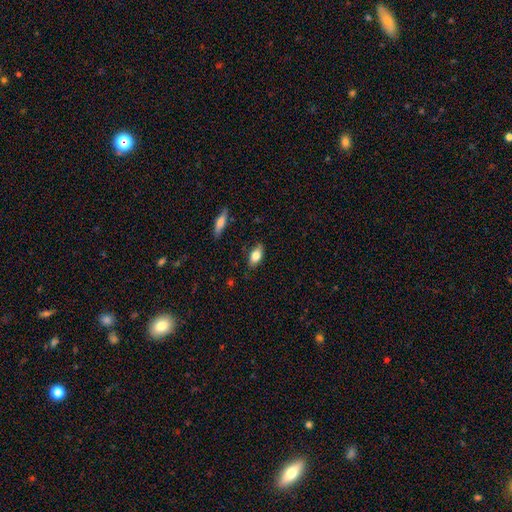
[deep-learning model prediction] Overall: smooth (78%). How rounded: in between (88%). Merging: none (84%).